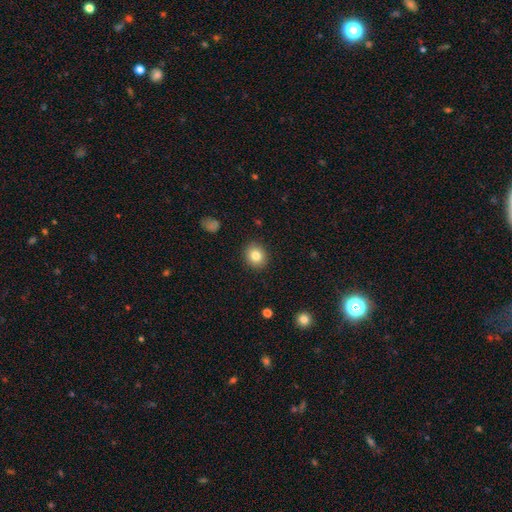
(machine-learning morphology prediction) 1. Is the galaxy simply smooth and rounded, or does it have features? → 81% smooth, 10% star or artifact, 9% featured or disk.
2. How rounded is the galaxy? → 76% round, 23% in between, 1% cigar-shaped.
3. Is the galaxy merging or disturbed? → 89% none, 7% minor disturbance, 2% major disturbance, 1% merger.